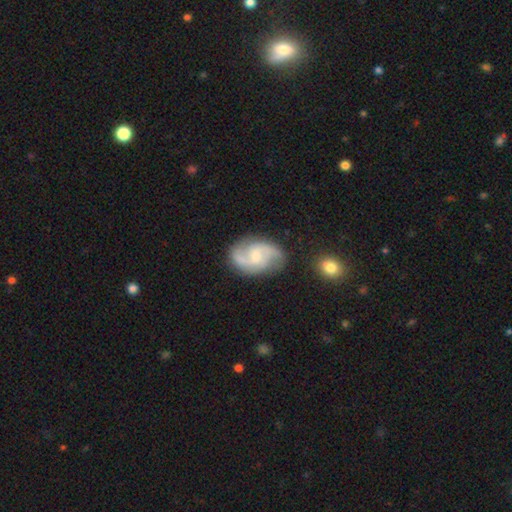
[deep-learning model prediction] Overall: featured or disk (83%). Edge-on disk: no (98%). Bar: weak (50%; no 41%). Spiral arms: yes (97%). Spiral arm count: 2 (86%). Spiral winding: medium (52%; loose 32%). Bulge size: small (45%; moderate 37%). Merging: none (76%).